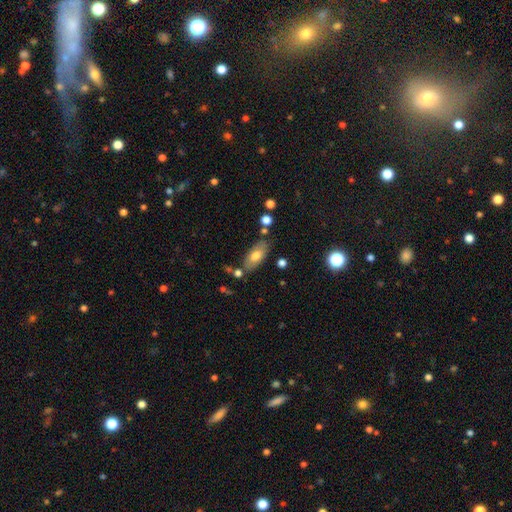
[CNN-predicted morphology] Smooth or featured? smooth (70%)
How rounded? in between (88%)
Merging? none (74%)